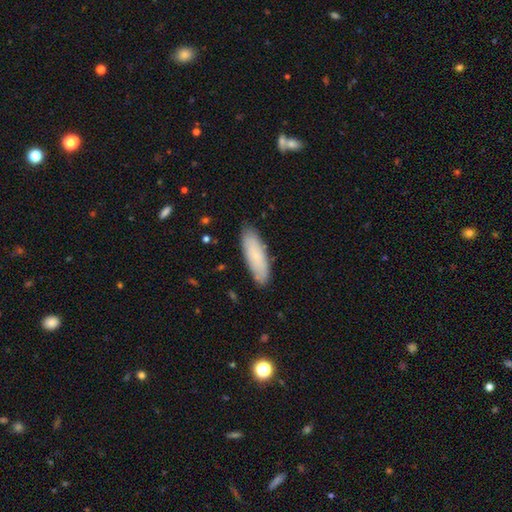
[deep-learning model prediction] Overall: smooth (74%). How rounded: in between (52%; cigar-shaped 47%). Merging: none (85%).